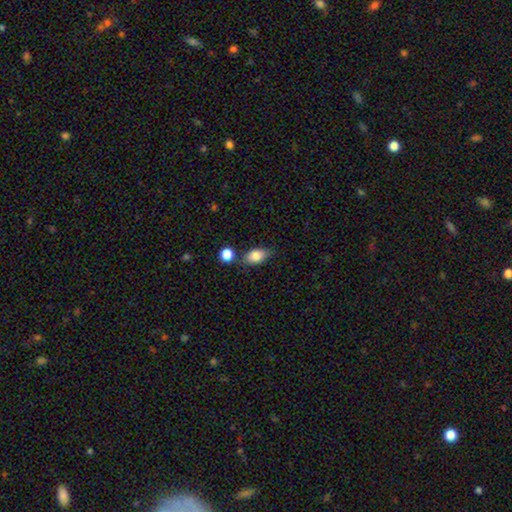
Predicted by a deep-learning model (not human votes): Q: Smooth or featured?
A: smooth (81%); runner-up: featured or disk (10%)
Q: How rounded?
A: in between (84%); runner-up: round (12%)
Q: Merging?
A: none (68%); runner-up: minor disturbance (18%)